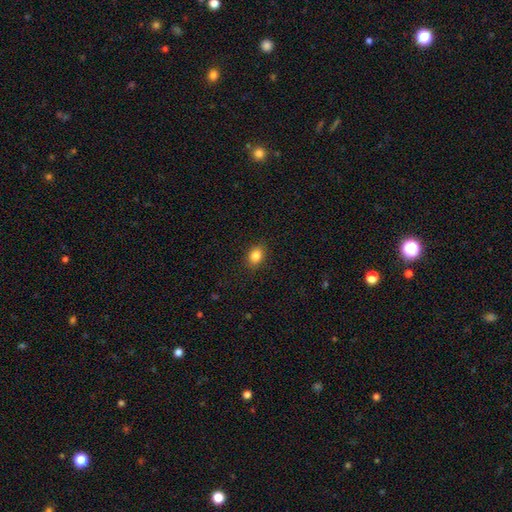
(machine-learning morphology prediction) Smooth or featured? smooth (85%)
How rounded? in between (62%)
Merging? none (88%)